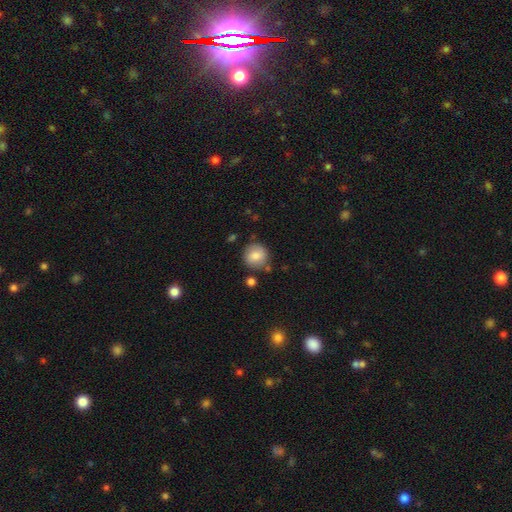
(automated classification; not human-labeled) Overall: smooth (78%). How rounded: round (91%). Merging: none (81%).